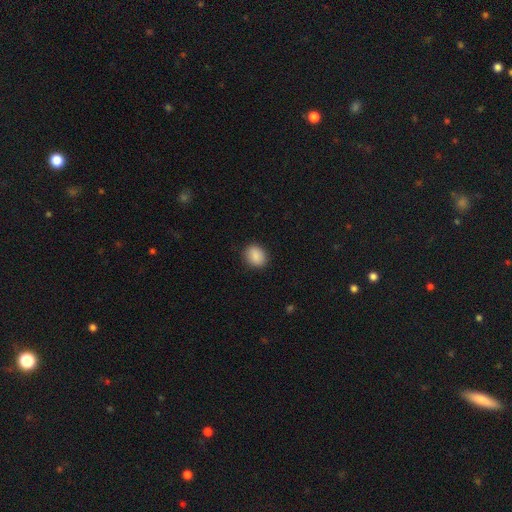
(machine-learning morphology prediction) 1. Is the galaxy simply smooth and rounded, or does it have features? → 89% smooth, 8% star or artifact, 3% featured or disk.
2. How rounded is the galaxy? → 51% round, 47% in between, 1% cigar-shaped.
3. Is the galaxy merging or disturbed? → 88% none, 9% minor disturbance, 2% major disturbance, 1% merger.